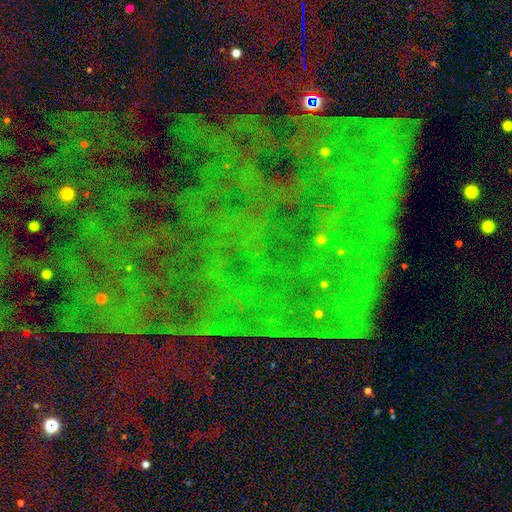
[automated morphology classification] A star or artifact, not a galaxy (84%).